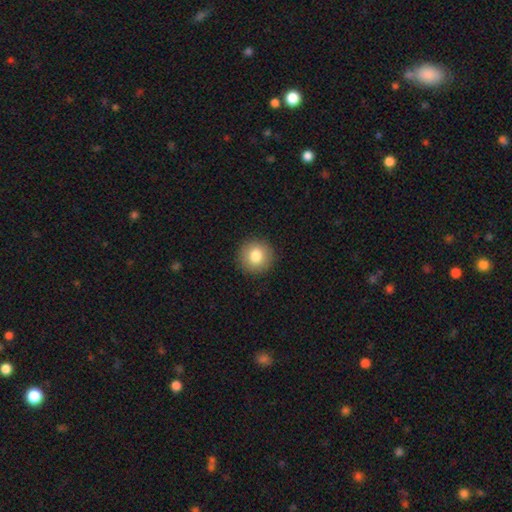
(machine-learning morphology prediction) Q: Smooth or featured?
A: smooth (81%); runner-up: featured or disk (10%)
Q: How rounded?
A: round (93%); runner-up: in between (6%)
Q: Merging?
A: none (92%); runner-up: minor disturbance (5%)